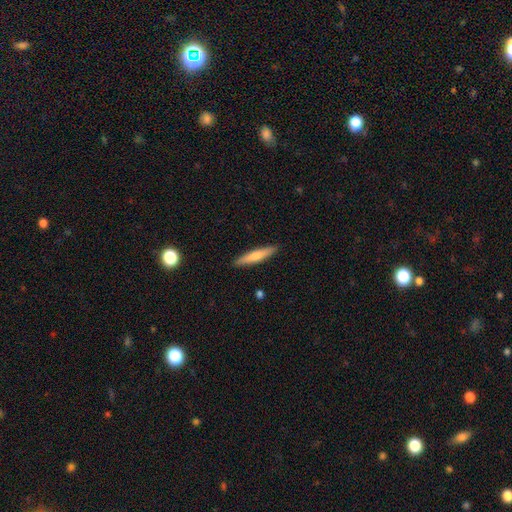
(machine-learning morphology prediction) Overall: smooth (68%). How rounded: cigar-shaped (90%). Merging: none (90%).